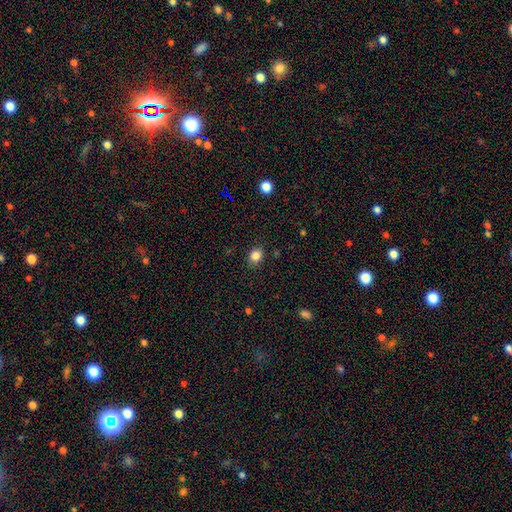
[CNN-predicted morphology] This is clearly a smooth galaxy (84%). How rounded: possibly round (59%). Merging: clearly none (87%).